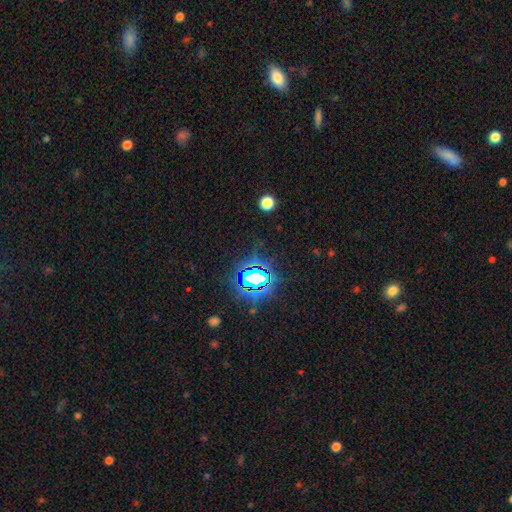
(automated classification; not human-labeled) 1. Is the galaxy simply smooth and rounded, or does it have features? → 79% star or artifact, 13% smooth, 7% featured or disk.